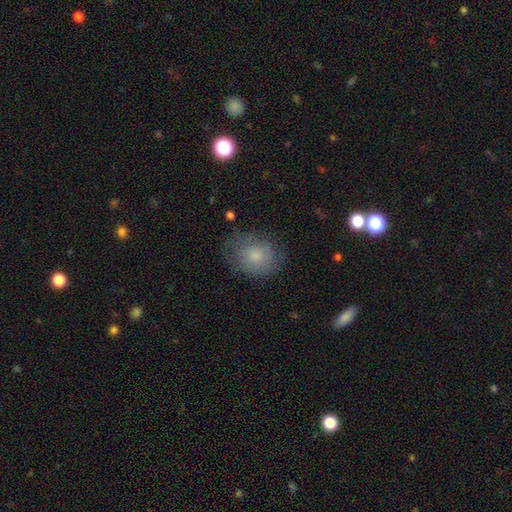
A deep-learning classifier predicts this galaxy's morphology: Smooth or featured: smooth — 69% (featured or disk — 23%)
How rounded: round — 58% (in between — 41%)
Merging: none — 67% (minor disturbance — 23%)